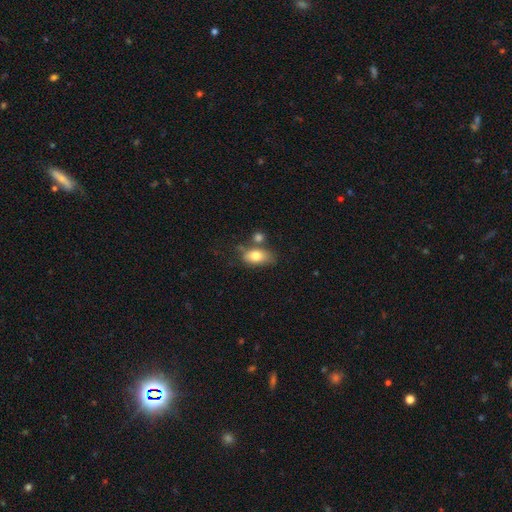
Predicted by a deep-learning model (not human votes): smooth 76%, featured or disk 16%, star or artifact 8%. Down the decision tree: how rounded — in between (87%); merging — none (49%).